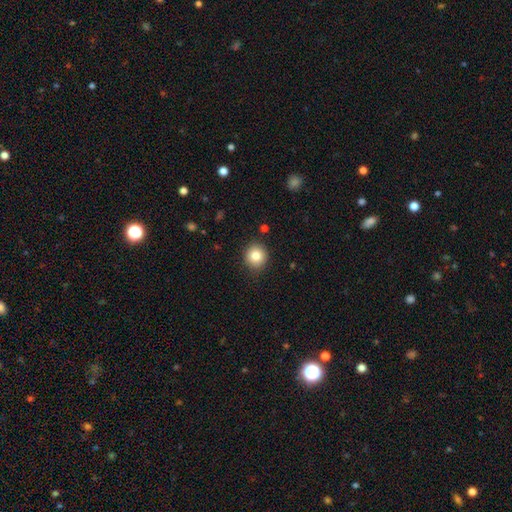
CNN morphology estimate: smooth-or-featured: smooth: 82% | star or artifact: 10% | featured or disk: 8%
  how-rounded: round: 90% | in between: 9% | cigar-shaped: 1%
  merging: none: 88% | minor disturbance: 8% | major disturbance: 2% | merger: 1%